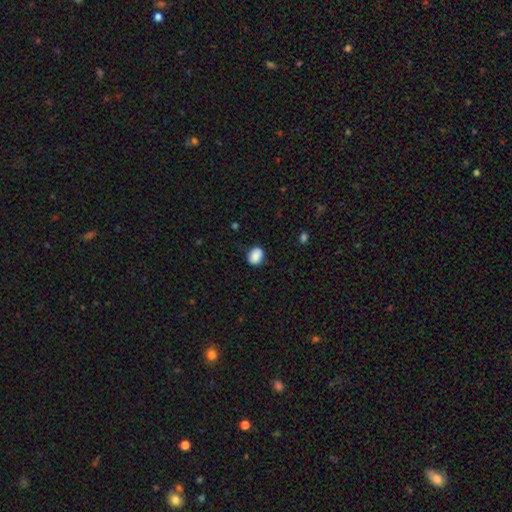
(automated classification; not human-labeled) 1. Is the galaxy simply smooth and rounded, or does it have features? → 88% smooth, 8% star or artifact, 4% featured or disk.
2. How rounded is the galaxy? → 52% round, 47% in between, 1% cigar-shaped.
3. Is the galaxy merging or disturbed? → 80% none, 15% minor disturbance, 3% major disturbance, 1% merger.